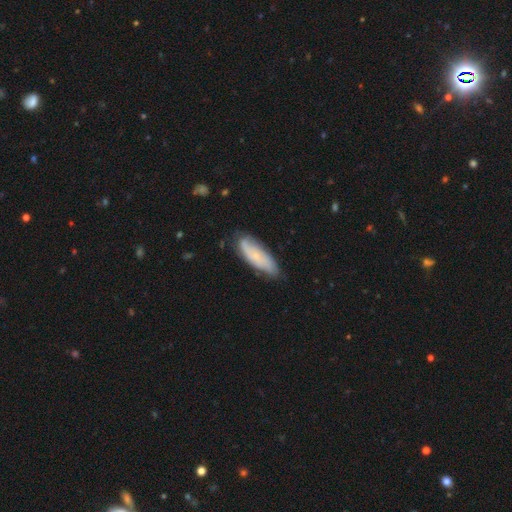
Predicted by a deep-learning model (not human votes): Morphology: type=smooth (50%); roundness=in between (60%); merging=none (69%).